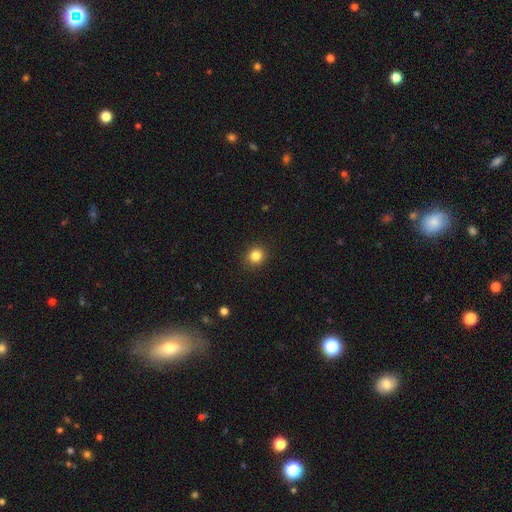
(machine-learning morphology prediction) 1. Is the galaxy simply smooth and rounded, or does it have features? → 84% smooth, 12% star or artifact, 5% featured or disk.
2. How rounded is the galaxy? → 88% round, 11% in between, 1% cigar-shaped.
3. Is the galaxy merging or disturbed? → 92% none, 5% minor disturbance, 2% major disturbance, 1% merger.